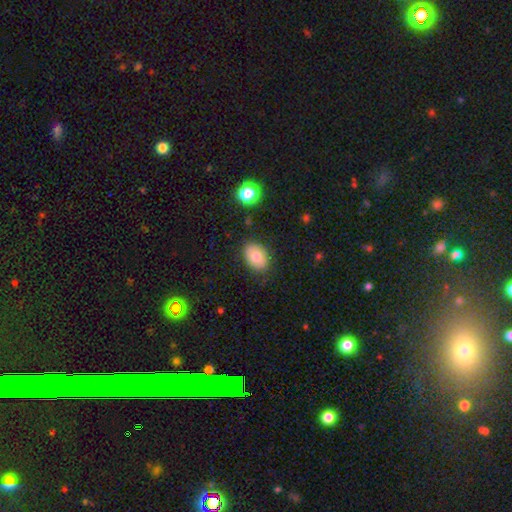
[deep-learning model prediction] Morphology: type=smooth (78%); roundness=in between (79%); merging=none (83%).